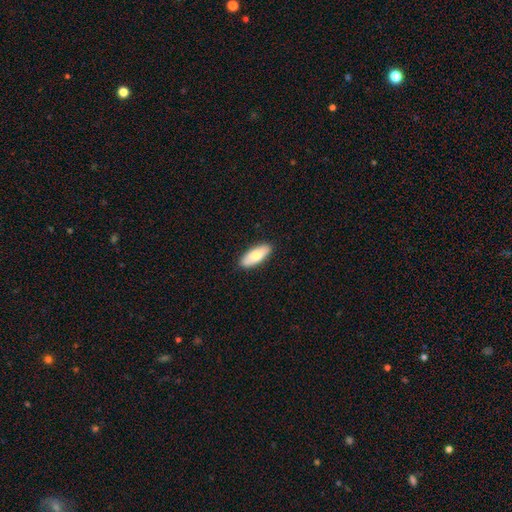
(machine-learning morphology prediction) A smooth galaxy with no disk features (80%) that is in between round and cigar-shaped (78%). Merging: none (89%).